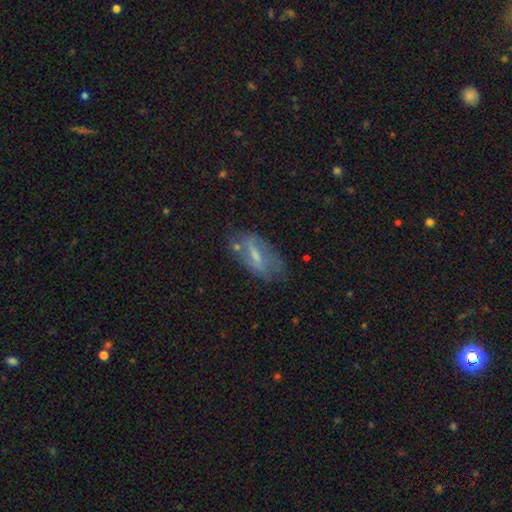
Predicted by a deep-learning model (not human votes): This appears to be a featured or disk galaxy (52%). Merging: none (59%).